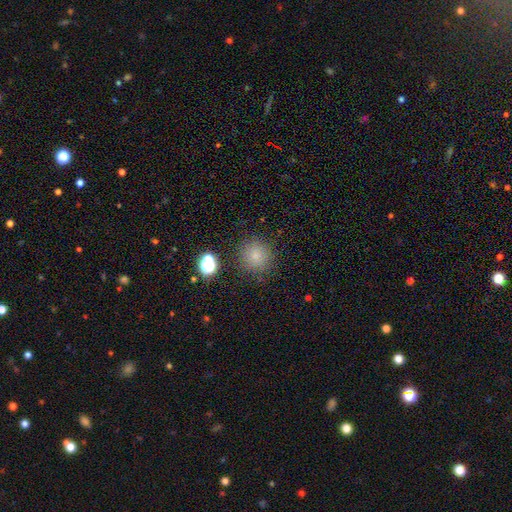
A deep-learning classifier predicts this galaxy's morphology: This is likely a smooth galaxy (78%). How rounded: clearly round (93%). Merging: clearly none (84%).